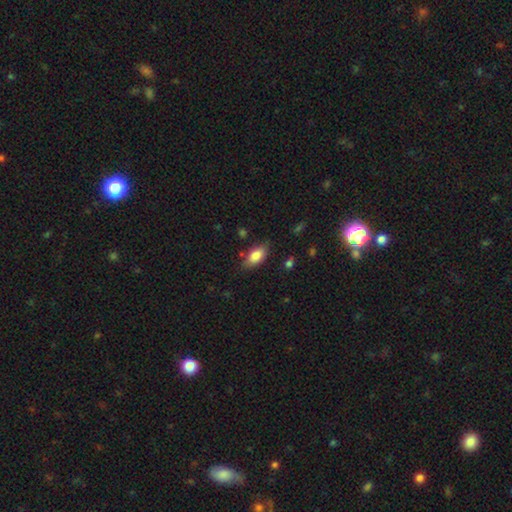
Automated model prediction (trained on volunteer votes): Smooth or featured?
  - smooth: 82% *
  - featured or disk: 11%
  - star or artifact: 7%
How rounded?
  - in between: 89% *
  - cigar-shaped: 7%
  - round: 4%
Merging?
  - none: 78% *
  - minor disturbance: 16%
  - major disturbance: 3%
  - merger: 2%